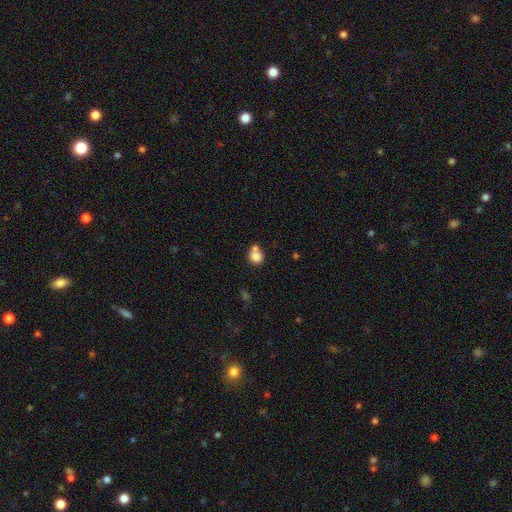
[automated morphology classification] smooth_or_featured: smooth (p=0.81) [alt: star or artifact p=0.10]
how_rounded: round (p=0.79) [alt: in between p=0.20]
merging: none (p=0.45) [alt: merger p=0.40]